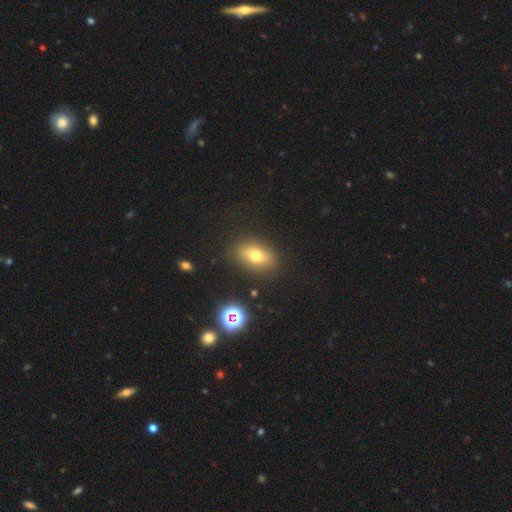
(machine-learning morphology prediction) smooth-or-featured: smooth: 70% | featured or disk: 16% | star or artifact: 14%
  how-rounded: in between: 79% | round: 16% | cigar-shaped: 5%
  merging: none: 84% | minor disturbance: 10% | major disturbance: 3% | merger: 2%